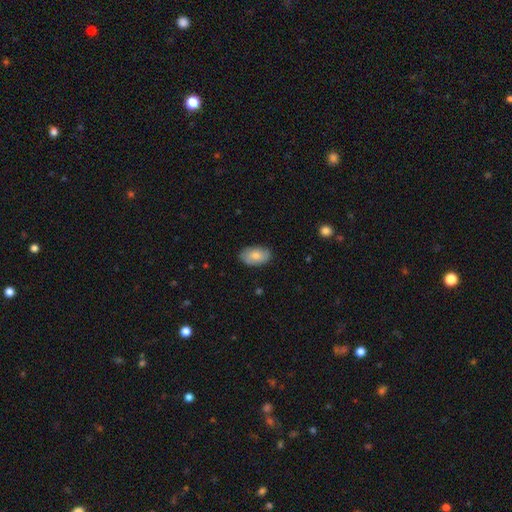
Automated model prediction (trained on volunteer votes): This appears to be a smooth galaxy with no disk features (79%) that is in between round and cigar-shaped (93%). Merging: none (82%).